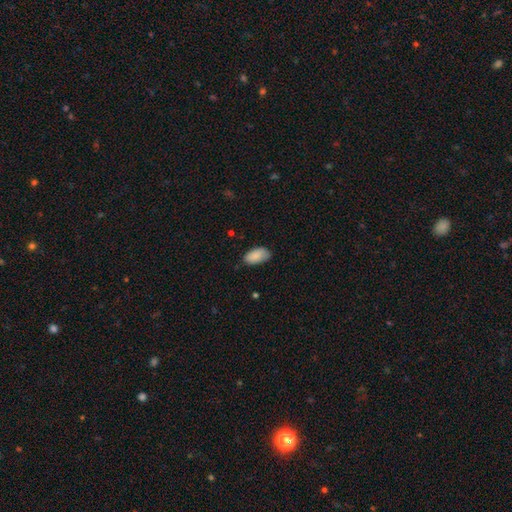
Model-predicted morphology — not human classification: A smooth galaxy with no disk features (87%) that is in between round and cigar-shaped (95%). Merging: none (73%).